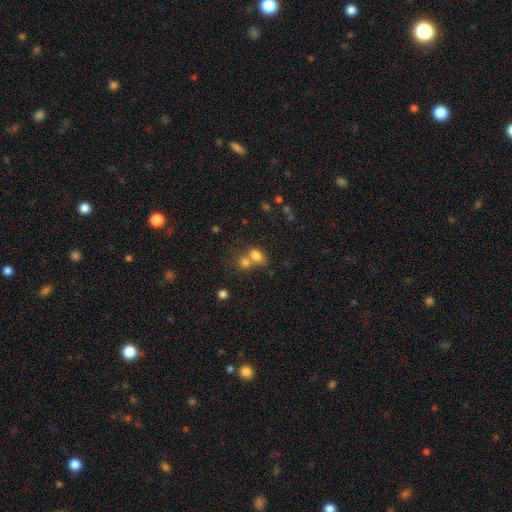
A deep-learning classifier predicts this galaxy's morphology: A smooth galaxy with no disk features (78%) that is in between round and cigar-shaped (68%). Merging: merger (53%).